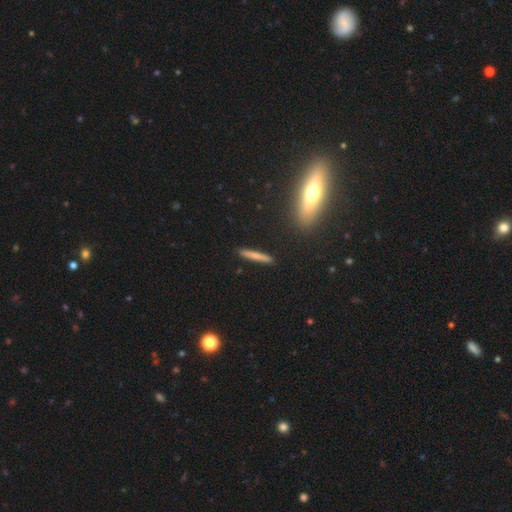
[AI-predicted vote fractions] Q: Smooth or featured?
A: smooth (65%); runner-up: featured or disk (28%)
Q: How rounded?
A: cigar-shaped (94%); runner-up: in between (4%)
Q: Merging?
A: none (90%); runner-up: minor disturbance (6%)